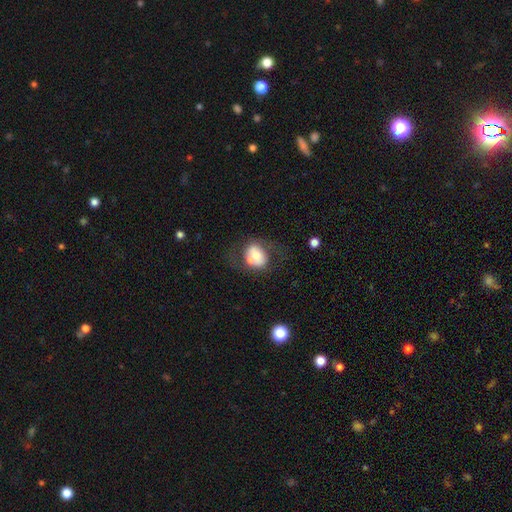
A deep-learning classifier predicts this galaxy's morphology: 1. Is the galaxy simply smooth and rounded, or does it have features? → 53% smooth, 39% featured or disk, 9% star or artifact.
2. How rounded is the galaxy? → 52% in between, 46% round, 1% cigar-shaped.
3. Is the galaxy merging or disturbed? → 44% none, 27% merger, 17% minor disturbance, 12% major disturbance.